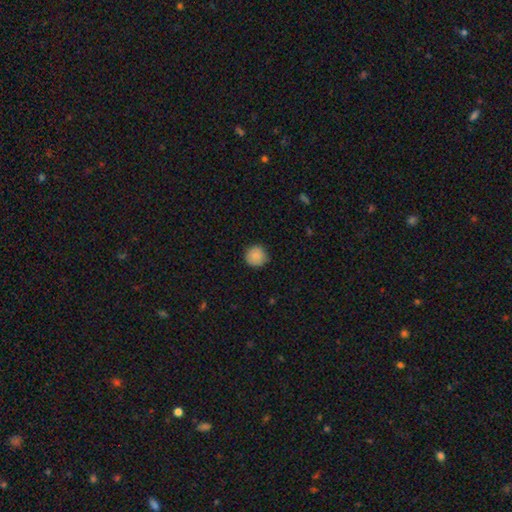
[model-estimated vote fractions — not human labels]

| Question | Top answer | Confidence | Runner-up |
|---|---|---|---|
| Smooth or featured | smooth | 88% | star or artifact (8%) |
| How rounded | round | 94% | in between (5%) |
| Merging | none | 84% | minor disturbance (13%) |